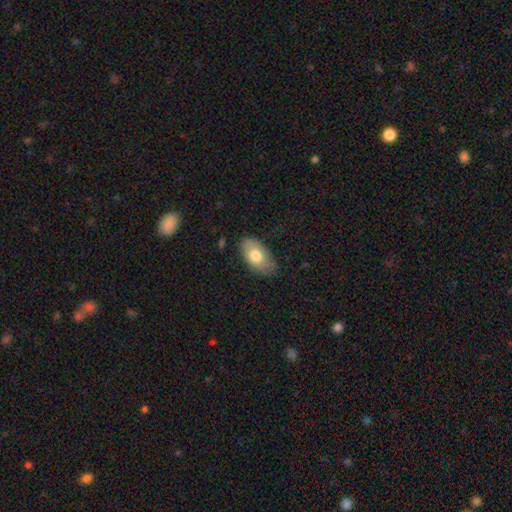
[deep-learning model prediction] Smooth or featured: smooth — 73% (featured or disk — 20%)
How rounded: in between — 93% (round — 5%)
Merging: none — 77% (minor disturbance — 18%)